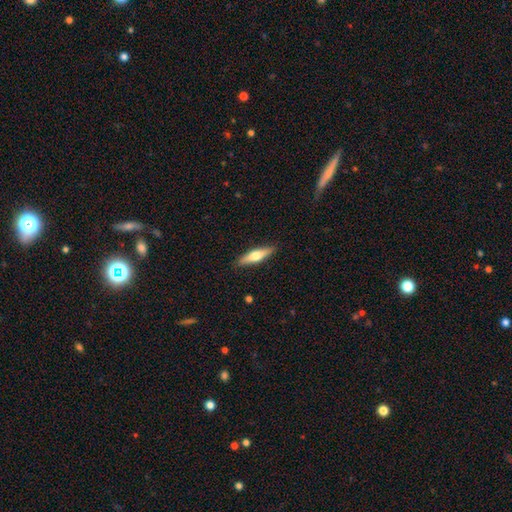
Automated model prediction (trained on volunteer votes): smooth 54%, featured or disk 40%, star or artifact 5%. Down the decision tree: how rounded — cigar-shaped (72%); merging — none (89%).